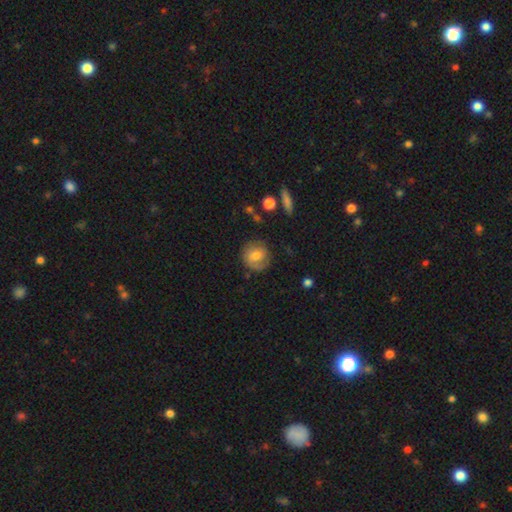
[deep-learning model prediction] Overall: smooth (57%; featured or disk 35%). How rounded: round (84%). Merging: none (72%).